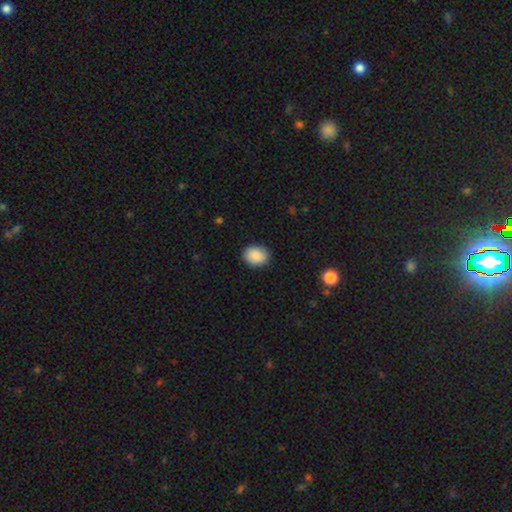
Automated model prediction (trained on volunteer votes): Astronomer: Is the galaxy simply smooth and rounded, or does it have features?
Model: smooth — 89%.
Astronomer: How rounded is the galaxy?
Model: in between — 56% (runner-up: round, 43%).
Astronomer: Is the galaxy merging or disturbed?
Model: none — 86%.